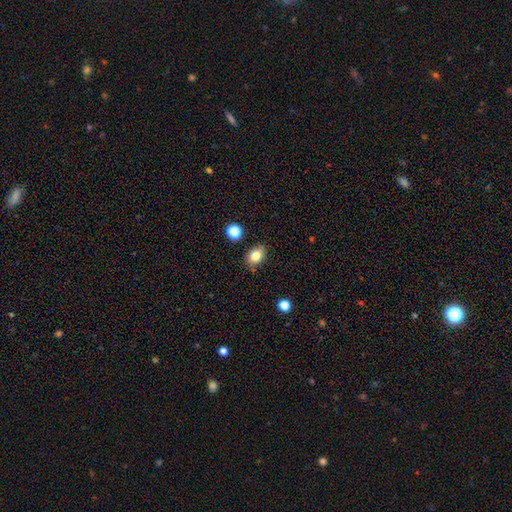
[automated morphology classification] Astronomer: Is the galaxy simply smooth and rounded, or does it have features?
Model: smooth — 82%.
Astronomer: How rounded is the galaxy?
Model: in between — 76%.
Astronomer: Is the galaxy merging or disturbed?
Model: none — 84%.